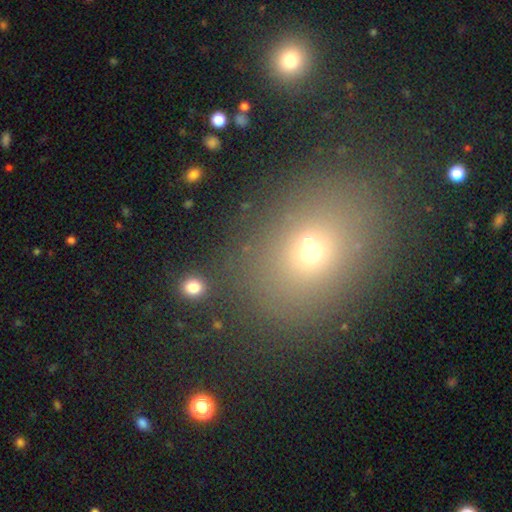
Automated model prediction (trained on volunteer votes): Smooth or featured? Predicted: smooth (p=0.58). How rounded? Predicted: in between (p=0.53). Merging? Predicted: none (p=0.76).